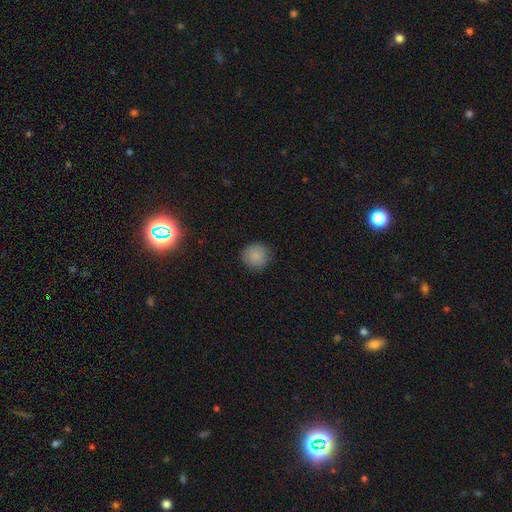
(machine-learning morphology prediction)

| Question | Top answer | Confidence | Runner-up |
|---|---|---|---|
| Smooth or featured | smooth | 87% | star or artifact (9%) |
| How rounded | round | 93% | in between (6%) |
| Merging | none | 89% | minor disturbance (8%) |